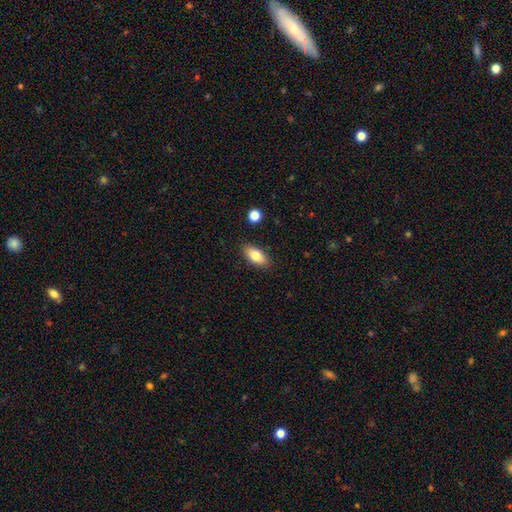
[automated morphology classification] Smooth or featured? smooth (80%)
How rounded? in between (88%)
Merging? none (88%)